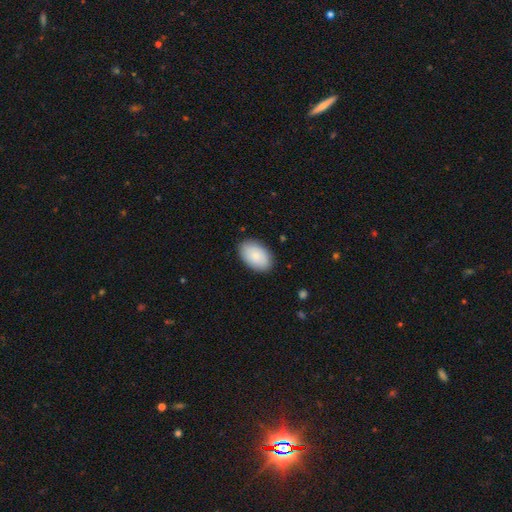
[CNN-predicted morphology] This is clearly a smooth galaxy (86%). How rounded: clearly in between (92%). Merging: clearly none (87%).